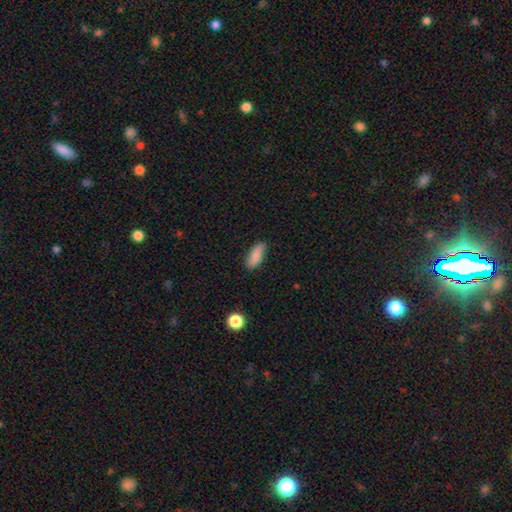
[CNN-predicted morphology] smooth-or-featured: smooth: 84% | featured or disk: 9% | star or artifact: 7%
  how-rounded: in between: 77% | cigar-shaped: 20% | round: 2%
  merging: none: 82% | minor disturbance: 14% | major disturbance: 2% | merger: 1%